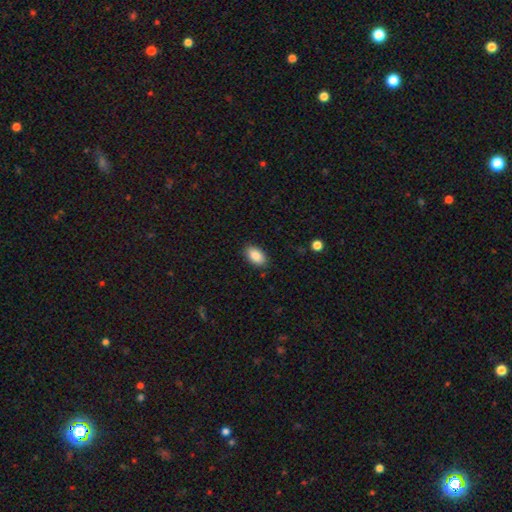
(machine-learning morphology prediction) The model was most divided on "merging": none: 87%, minor disturbance: 10%, major disturbance: 2%, merger: 1%. More confident: how rounded — in between (92%); smooth or featured — smooth (88%).